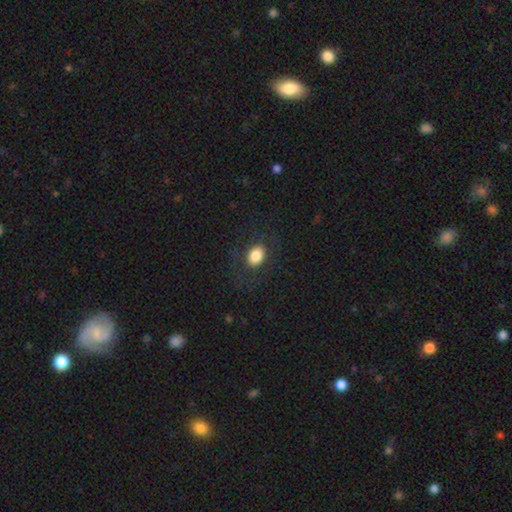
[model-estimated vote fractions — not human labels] Morphology: type=smooth (82%); roundness=in between (73%); merging=none (80%).